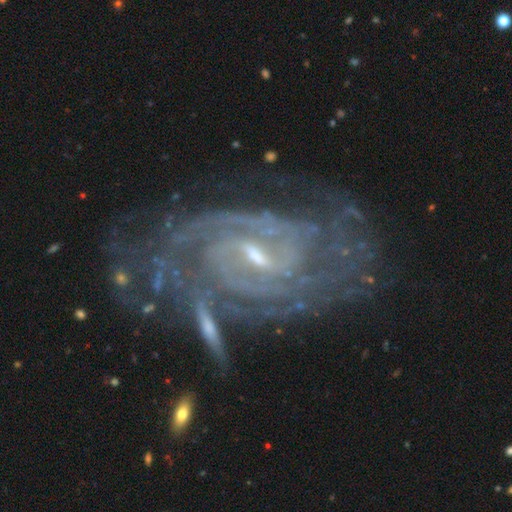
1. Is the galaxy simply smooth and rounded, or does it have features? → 100% featured or disk, 0% smooth, 0% star or artifact.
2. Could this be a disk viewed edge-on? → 95% no, 5% yes.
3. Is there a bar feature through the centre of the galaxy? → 62% weak, 22% strong, 16% no.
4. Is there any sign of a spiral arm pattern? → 100% yes, 0% no.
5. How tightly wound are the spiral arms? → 70% tight, 27% medium, 3% loose.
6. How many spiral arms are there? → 59% 2, 16% can't tell, 14% 3, 8% 4, 3% more than 4, 0% 1.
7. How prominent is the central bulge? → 62% small, 32% moderate, 3% large, 3% none, 0% dominant.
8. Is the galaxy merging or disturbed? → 69% none, 18% minor disturbance, 10% merger, 3% major disturbance.